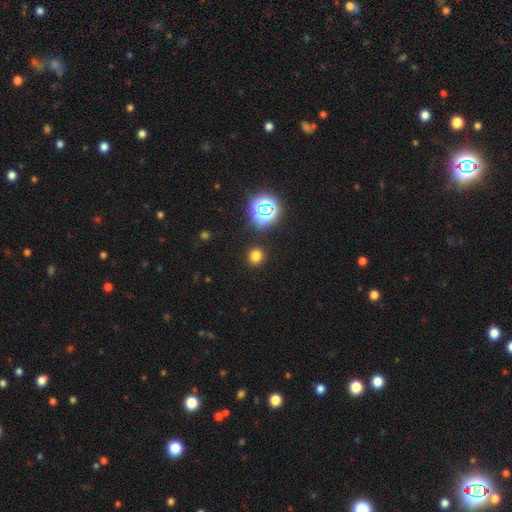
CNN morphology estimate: The model was most divided on "smooth or featured": smooth: 72%, star or artifact: 23%, featured or disk: 5%. More confident: how rounded — round (90%); merging — none (90%).